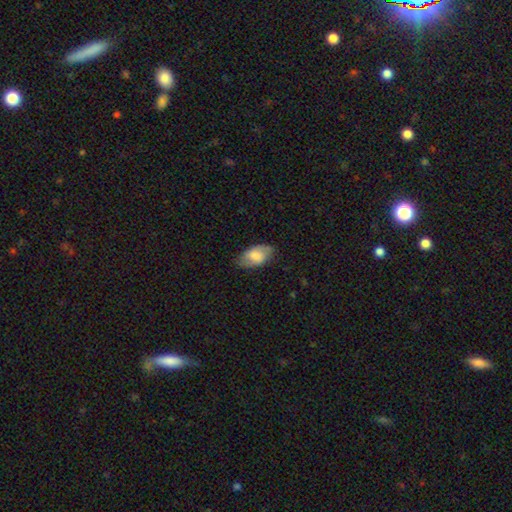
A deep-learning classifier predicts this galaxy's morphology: A smooth galaxy with no disk features (65%) that is in between round and cigar-shaped (93%).

Vote fractions:
- Smooth or featured? smooth: 65% / featured or disk: 28% / star or artifact: 7%
- How rounded? in between: 93% / round: 5% / cigar-shaped: 2%
- Merging? none: 75% / minor disturbance: 19% / major disturbance: 5% / merger: 1%